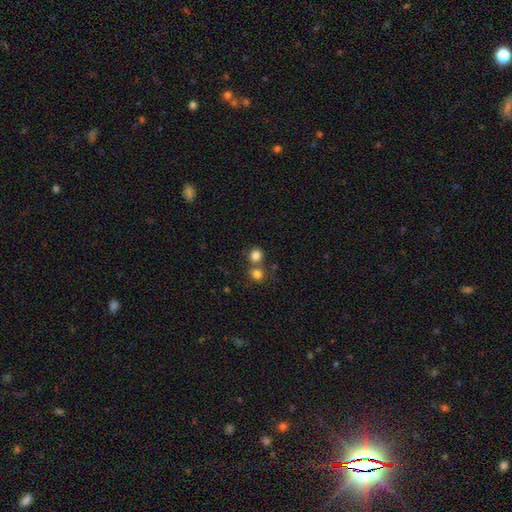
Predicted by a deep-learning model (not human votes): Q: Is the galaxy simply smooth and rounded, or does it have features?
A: smooth — 82%.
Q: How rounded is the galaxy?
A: round — 84%.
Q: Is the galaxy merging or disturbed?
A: none — 55%.